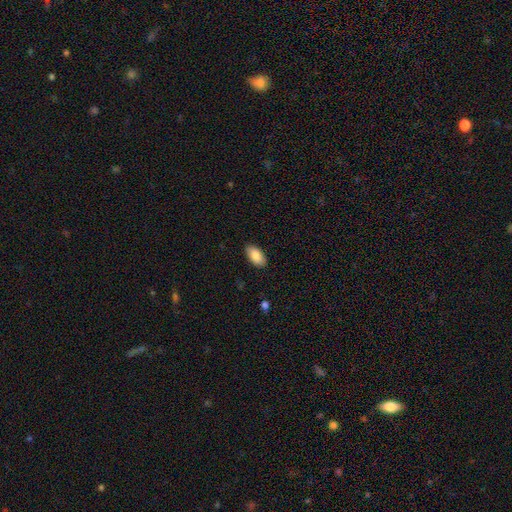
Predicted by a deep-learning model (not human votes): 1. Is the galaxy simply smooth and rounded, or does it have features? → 87% smooth, 7% featured or disk, 6% star or artifact.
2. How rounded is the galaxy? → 95% in between, 3% round, 2% cigar-shaped.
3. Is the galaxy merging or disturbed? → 87% none, 10% minor disturbance, 2% major disturbance, 1% merger.